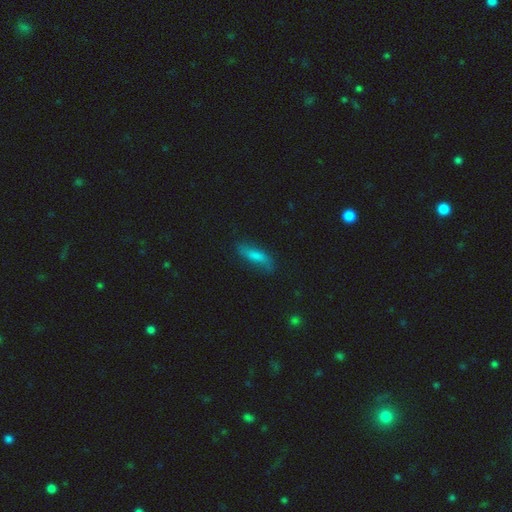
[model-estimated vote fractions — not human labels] Smooth or featured? smooth (59%)
How rounded? in between (49%)
Merging? none (73%)